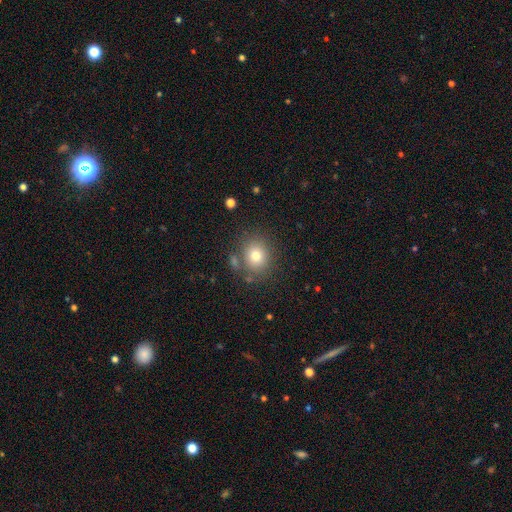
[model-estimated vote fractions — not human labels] A smooth galaxy with no disk features (76%) that is round (75%). Merging: none (78%).